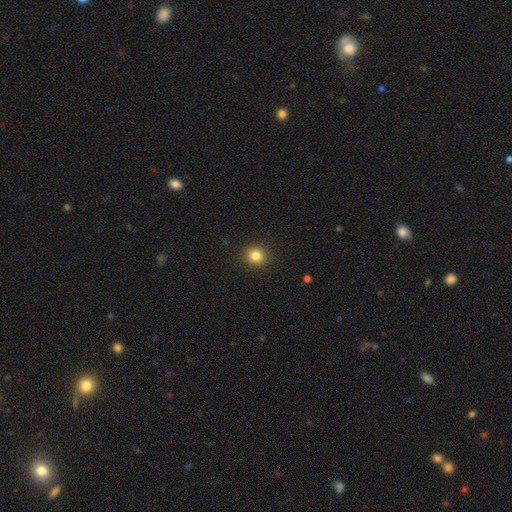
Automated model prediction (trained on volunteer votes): A smooth galaxy with no disk features (82%) that is round (87%). Merging: none (91%).